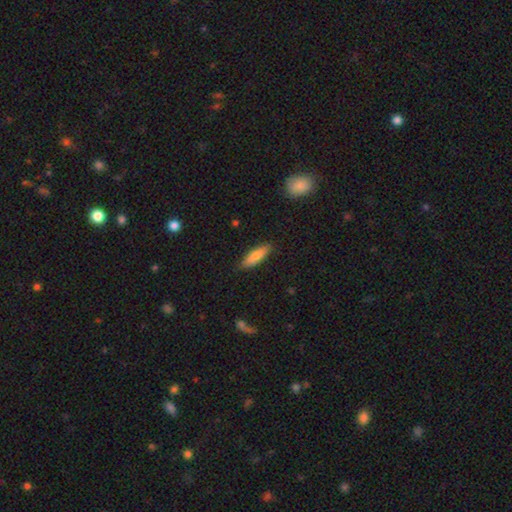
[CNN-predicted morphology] Q: Smooth or featured?
A: smooth (74%); runner-up: featured or disk (19%)
Q: How rounded?
A: cigar-shaped (57%); runner-up: in between (41%)
Q: Merging?
A: none (84%); runner-up: minor disturbance (12%)